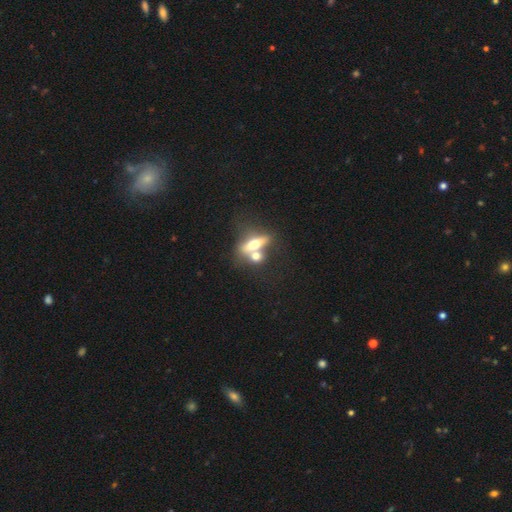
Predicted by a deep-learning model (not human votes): Smooth or featured? Predicted: smooth (p=0.47). Merging? Predicted: merger (p=0.50).